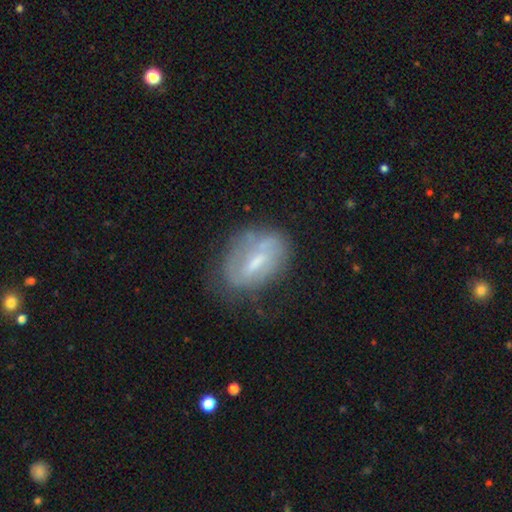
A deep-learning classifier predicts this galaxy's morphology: featured or disk 55%, smooth 35%, star or artifact 10%. Down the decision tree: edge-on disk — no (92%); bar — weak (47%); spiral arms — yes (54%); bulge size — small (49%); merging — none (60%).